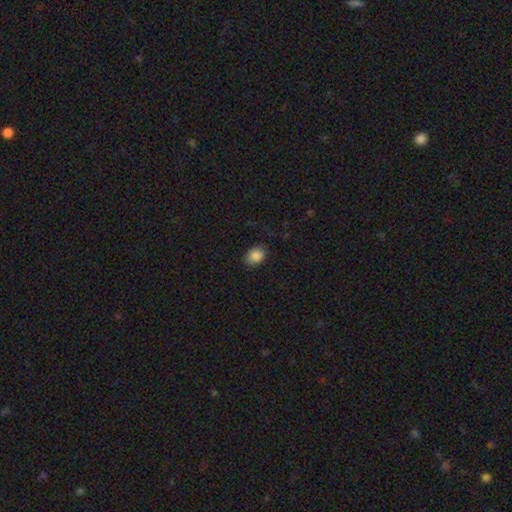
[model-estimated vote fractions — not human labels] smooth-or-featured: smooth: 87% | star or artifact: 9% | featured or disk: 4%
  how-rounded: in between: 57% | round: 42% | cigar-shaped: 1%
  merging: none: 82% | minor disturbance: 14% | major disturbance: 3% | merger: 1%